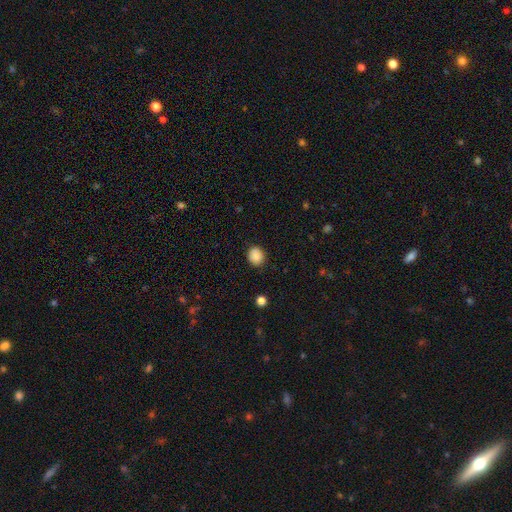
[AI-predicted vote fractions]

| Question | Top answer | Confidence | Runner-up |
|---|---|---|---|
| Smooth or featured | smooth | 87% | star or artifact (9%) |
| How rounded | round | 70% | in between (29%) |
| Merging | none | 84% | minor disturbance (12%) |